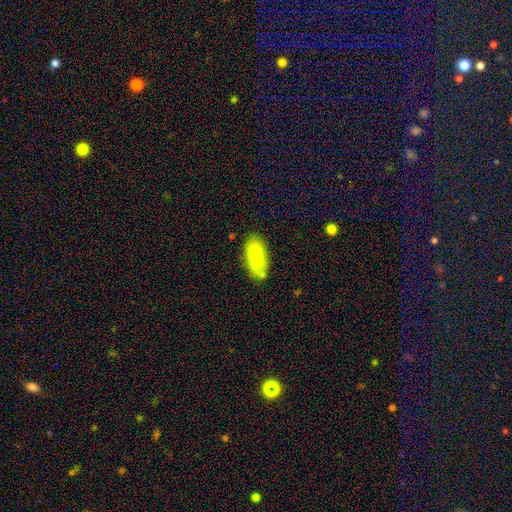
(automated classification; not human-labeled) This appears to be a smooth galaxy with no disk features (86%) that is in between round and cigar-shaped (86%). Merging: none (72%).